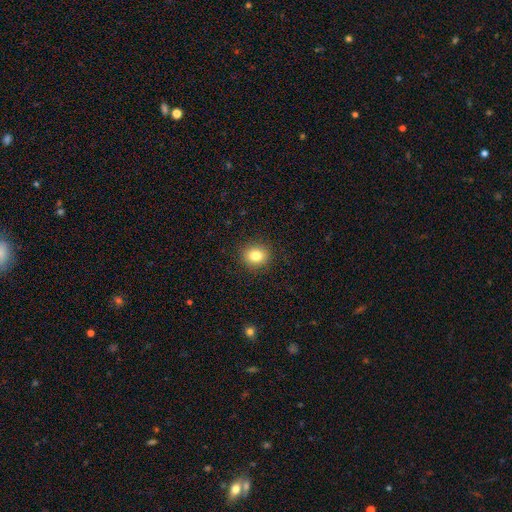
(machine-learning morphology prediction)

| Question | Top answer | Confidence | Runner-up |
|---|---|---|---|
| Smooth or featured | smooth | 82% | star or artifact (11%) |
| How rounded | round | 79% | in between (20%) |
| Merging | none | 91% | minor disturbance (6%) |